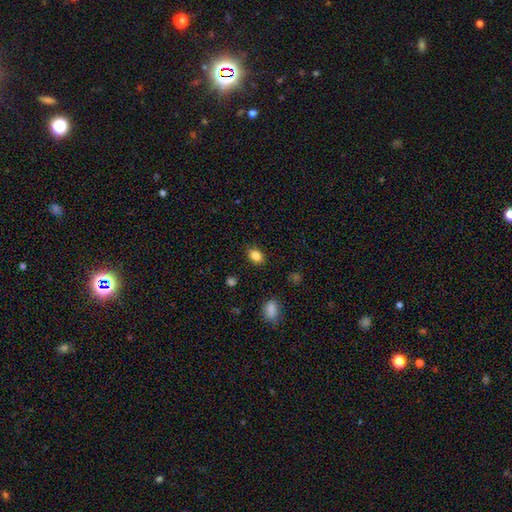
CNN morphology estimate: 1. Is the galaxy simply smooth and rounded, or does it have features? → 85% smooth, 10% star or artifact, 5% featured or disk.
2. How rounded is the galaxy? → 75% in between, 24% round, 1% cigar-shaped.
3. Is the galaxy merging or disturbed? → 87% none, 10% minor disturbance, 3% major disturbance, 1% merger.